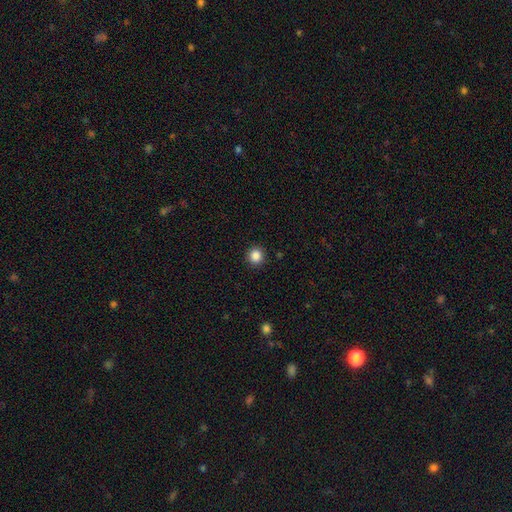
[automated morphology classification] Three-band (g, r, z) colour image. It shows a smooth galaxy with no disk features (86%) that is round (94%). Merging: none (92%).